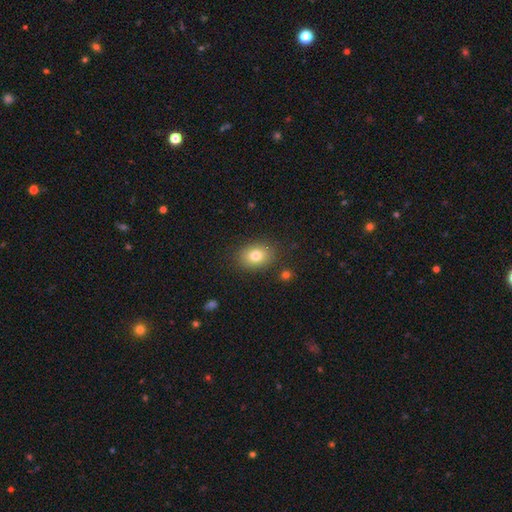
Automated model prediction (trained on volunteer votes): smooth 79%, star or artifact 11%, featured or disk 10%. Down the decision tree: how rounded — in between (60%); merging — none (86%).